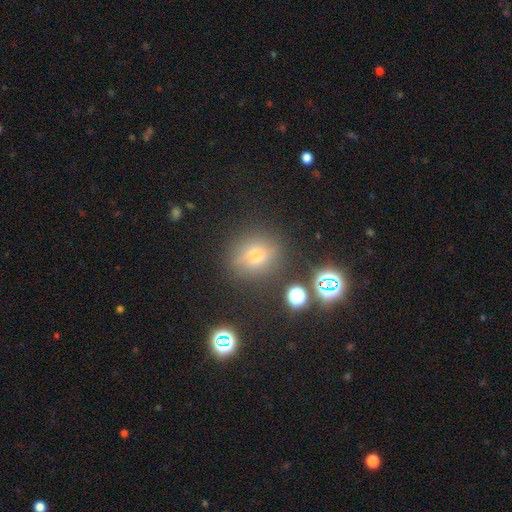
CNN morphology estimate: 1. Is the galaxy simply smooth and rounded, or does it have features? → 61% smooth, 24% star or artifact, 15% featured or disk.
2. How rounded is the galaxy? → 82% round, 16% in between, 2% cigar-shaped.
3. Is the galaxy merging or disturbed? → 83% none, 10% minor disturbance, 4% major disturbance, 3% merger.